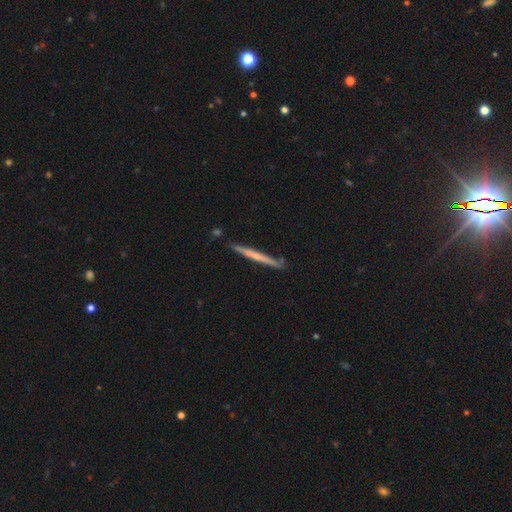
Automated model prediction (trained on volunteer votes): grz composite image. It shows a featured or disk galaxy (54%) viewed edge-on (97%) with no central bulge (70%). Merging: none (85%).